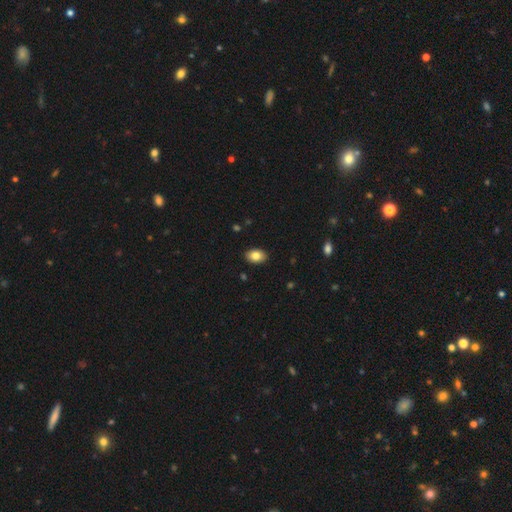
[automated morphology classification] Smooth or featured? Predicted: smooth (p=0.82). How rounded? Predicted: in between (p=0.86). Merging? Predicted: none (p=0.89).